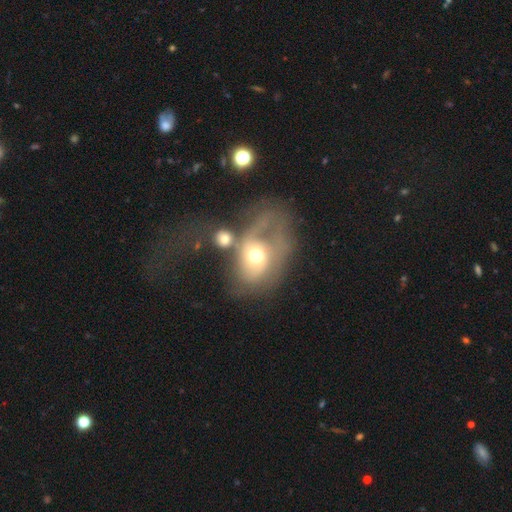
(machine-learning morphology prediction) Smooth or featured? featured or disk (49%)
Merging? major disturbance (40%)